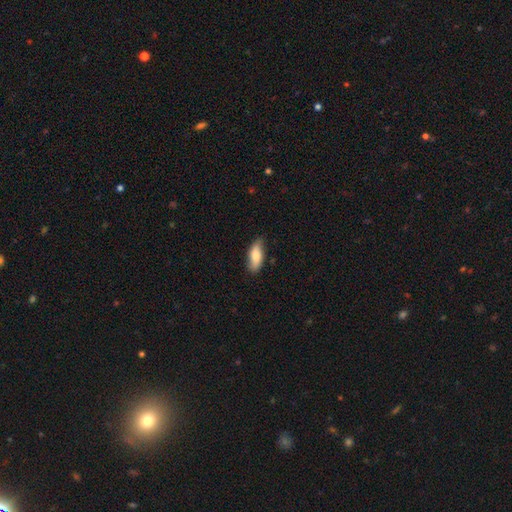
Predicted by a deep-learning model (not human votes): Smooth or featured?
  - smooth: 75% *
  - featured or disk: 19%
  - star or artifact: 6%
How rounded?
  - in between: 75% *
  - cigar-shaped: 22%
  - round: 3%
Merging?
  - none: 79% *
  - minor disturbance: 18%
  - major disturbance: 2%
  - merger: 1%